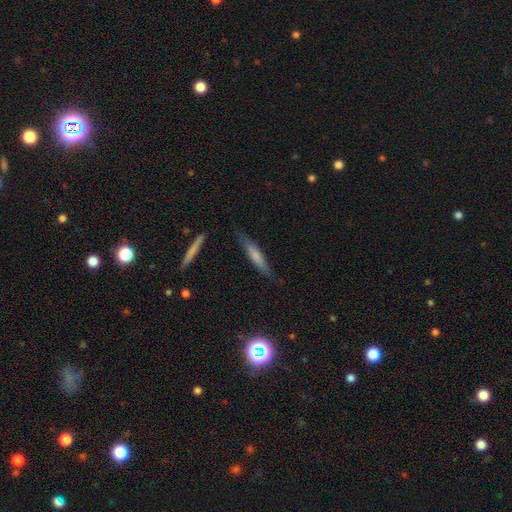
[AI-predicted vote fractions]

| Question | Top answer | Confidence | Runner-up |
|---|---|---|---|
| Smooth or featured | smooth | 64% | featured or disk (30%) |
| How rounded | cigar-shaped | 88% | in between (11%) |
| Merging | none | 78% | minor disturbance (17%) |